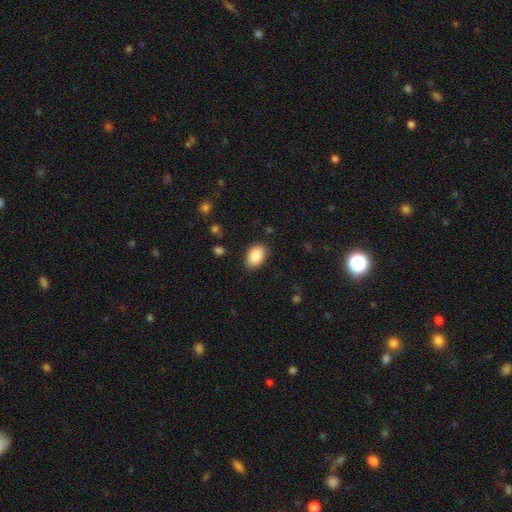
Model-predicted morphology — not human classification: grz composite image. It shows a smooth galaxy with no disk features (89%) that is in between round and cigar-shaped (89%). Merging: none (85%).